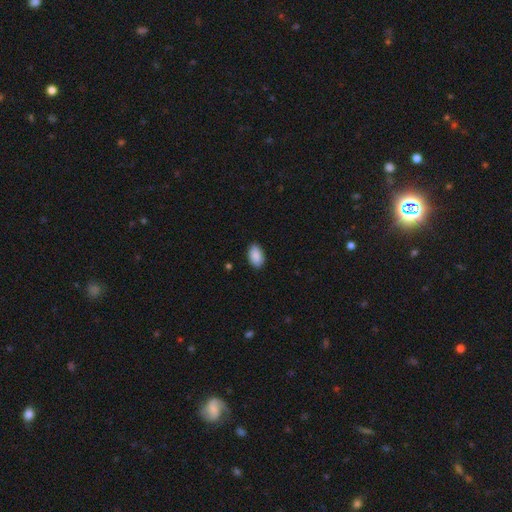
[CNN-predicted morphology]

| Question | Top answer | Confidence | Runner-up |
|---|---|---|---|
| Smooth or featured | smooth | 90% | star or artifact (6%) |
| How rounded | in between | 94% | round (5%) |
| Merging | none | 87% | minor disturbance (10%) |